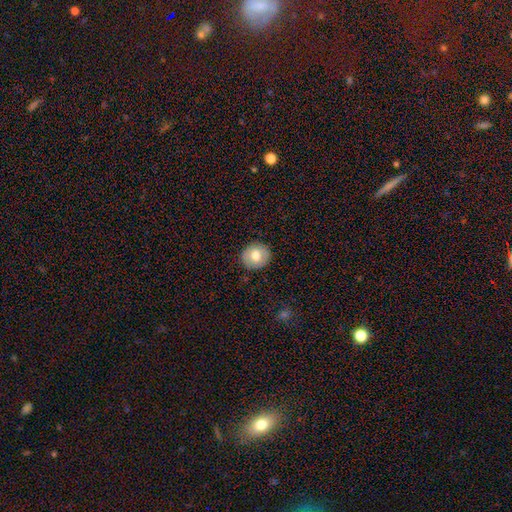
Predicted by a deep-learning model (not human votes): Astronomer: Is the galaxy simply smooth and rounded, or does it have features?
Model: smooth — 74%.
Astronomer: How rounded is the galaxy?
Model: round — 82%.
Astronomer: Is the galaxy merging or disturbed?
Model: none — 89%.